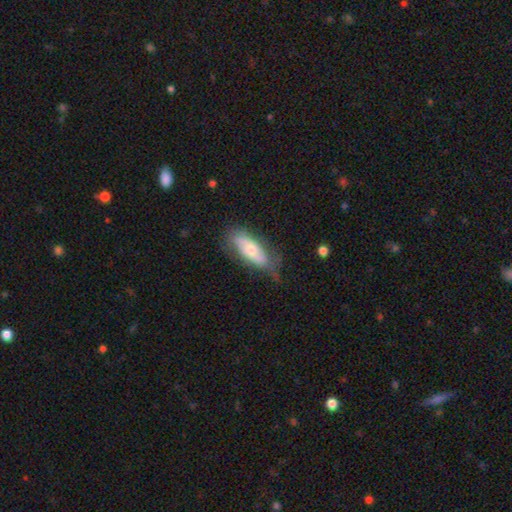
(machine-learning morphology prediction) A smooth galaxy with no disk features (52%) that is in between round and cigar-shaped (63%).

Vote fractions:
- Smooth or featured? smooth: 52% / featured or disk: 35% / star or artifact: 12%
- How rounded? in between: 63% / cigar-shaped: 35% / round: 3%
- Merging? none: 70% / minor disturbance: 22% / major disturbance: 6% / merger: 2%